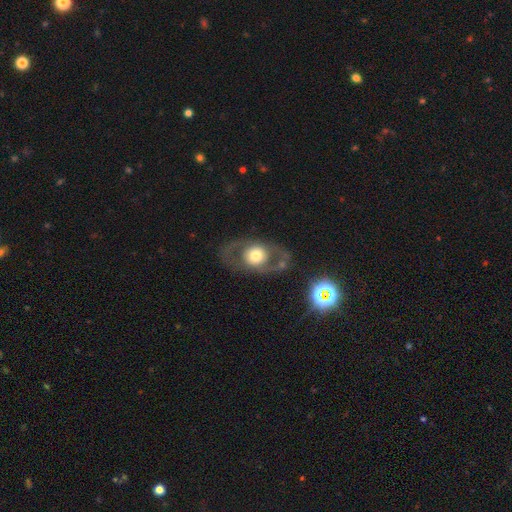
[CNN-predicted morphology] This appears to be a featured or disk galaxy (57%) with no bar (85%), no spiral arms (73%) and a large central bulge (43%). Merging: none (75%).